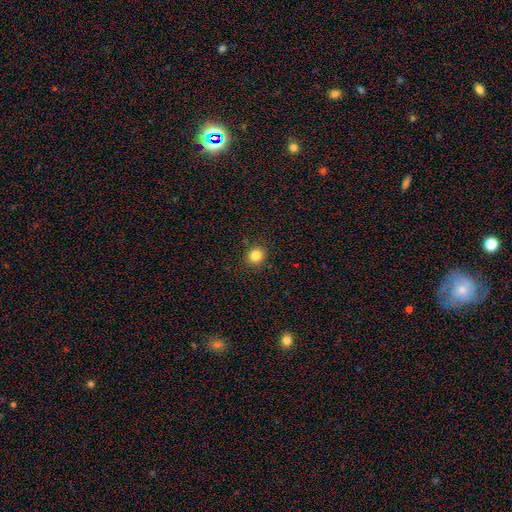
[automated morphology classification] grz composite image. It shows a smooth galaxy with no disk features (83%) that is round (84%). Merging: none (90%).